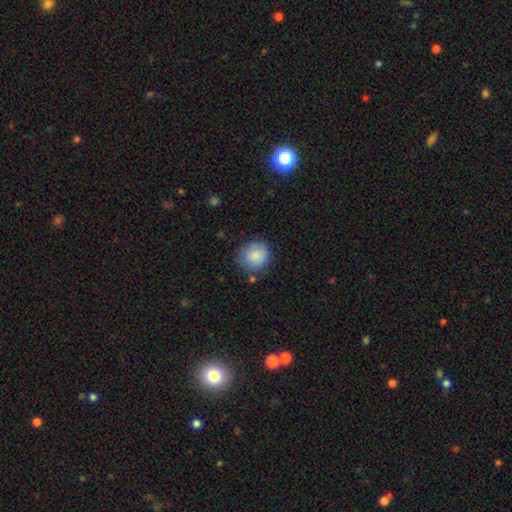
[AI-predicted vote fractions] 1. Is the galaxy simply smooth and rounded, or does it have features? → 86% smooth, 7% star or artifact, 7% featured or disk.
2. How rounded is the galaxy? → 82% round, 18% in between, 1% cigar-shaped.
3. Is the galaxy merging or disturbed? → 76% none, 17% minor disturbance, 5% major disturbance, 3% merger.